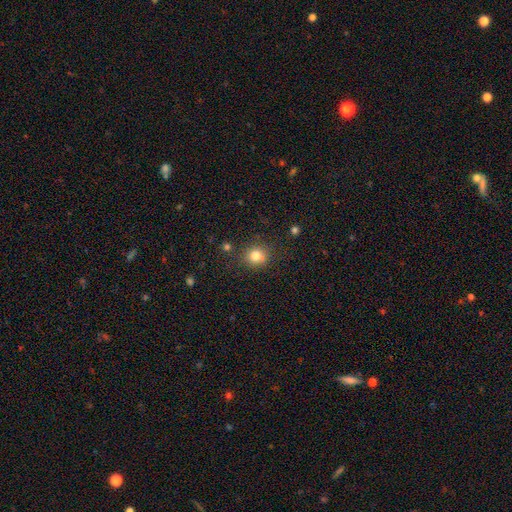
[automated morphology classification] A smooth galaxy with no disk features (80%) that is round (85%).

Vote fractions:
- Smooth or featured? smooth: 80% / star or artifact: 13% / featured or disk: 7%
- How rounded? round: 85% / in between: 14% / cigar-shaped: 1%
- Merging? none: 81% / minor disturbance: 12% / merger: 5% / major disturbance: 3%